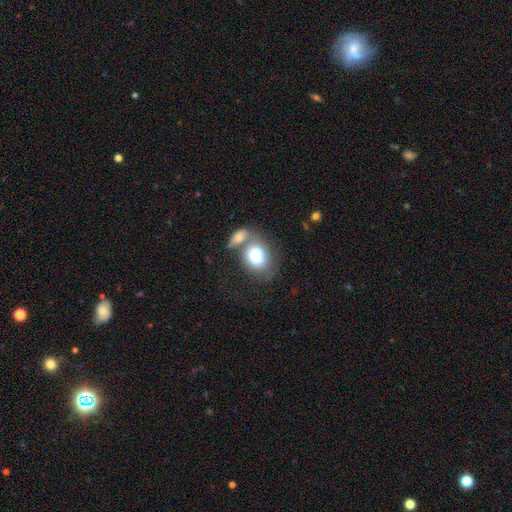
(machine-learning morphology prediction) The model was most divided on "merging": merger: 46%, none: 33%, minor disturbance: 13%, major disturbance: 8%. More confident: smooth or featured — smooth (78%); how rounded — in between (67%).